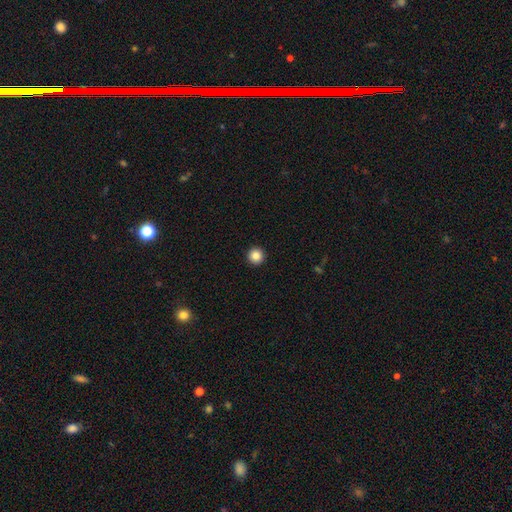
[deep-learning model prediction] Overall: smooth (86%). How rounded: round (97%). Merging: none (94%).